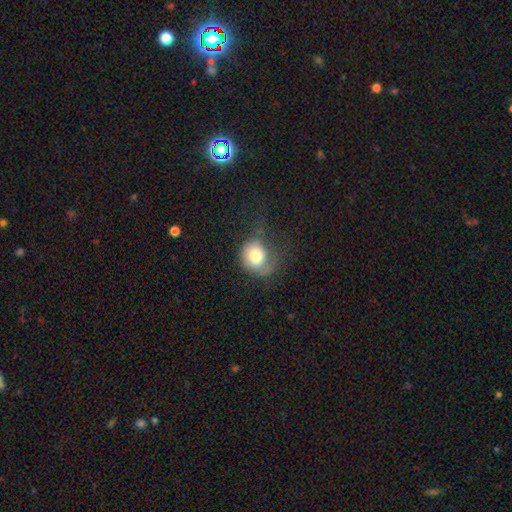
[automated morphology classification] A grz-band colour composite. It shows a smooth galaxy with no disk features (75%) that is round (72%). Merging: none (41%).